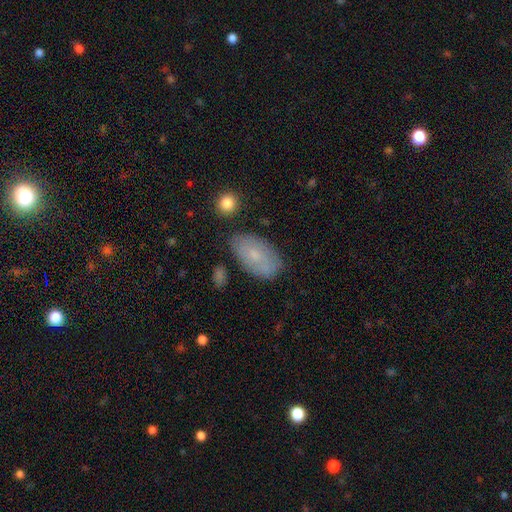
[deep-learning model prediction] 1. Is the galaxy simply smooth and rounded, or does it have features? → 62% smooth, 31% featured or disk, 8% star or artifact.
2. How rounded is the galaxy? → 94% in between, 4% round, 2% cigar-shaped.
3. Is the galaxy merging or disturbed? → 72% none, 20% minor disturbance, 4% major disturbance, 4% merger.